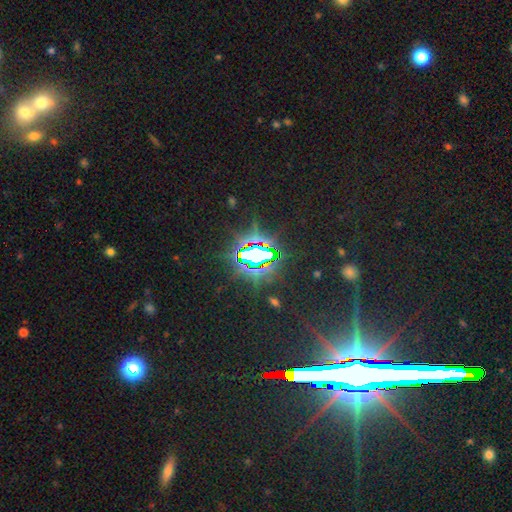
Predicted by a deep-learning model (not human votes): Overall: star or artifact (79%).